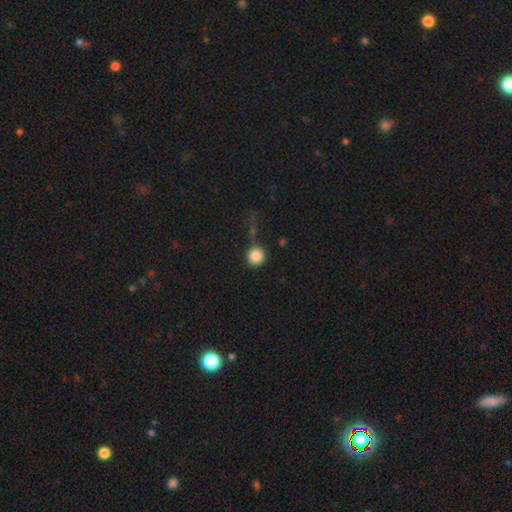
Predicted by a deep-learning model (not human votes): Overall: smooth (86%). How rounded: round (95%). Merging: none (79%).